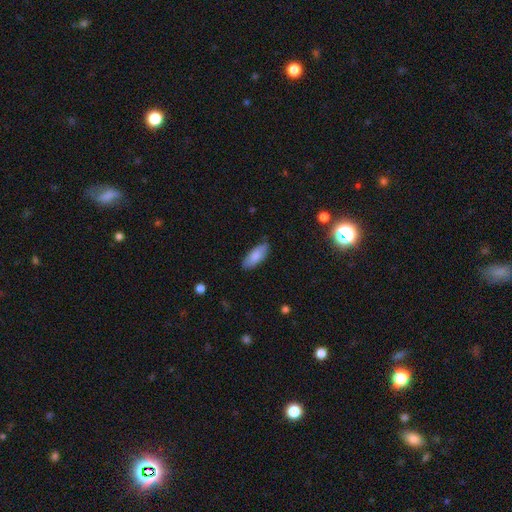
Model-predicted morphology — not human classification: Smooth or featured: smooth — 82% (featured or disk — 11%)
How rounded: in between — 78% (cigar-shaped — 21%)
Merging: none — 82% (minor disturbance — 15%)